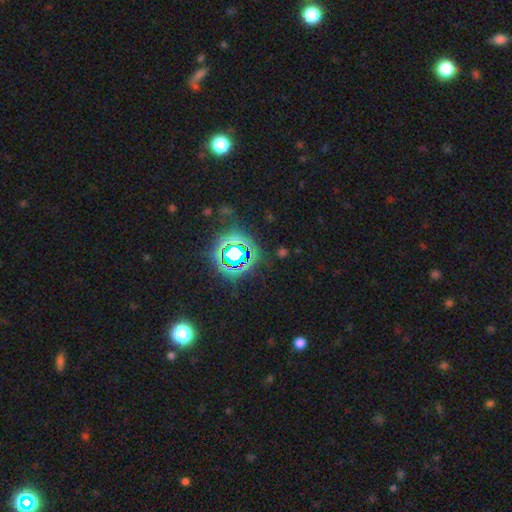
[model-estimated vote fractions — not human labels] A star or artifact, not a galaxy (80%).

Vote fractions:
- Smooth or featured? star or artifact: 80% / smooth: 14% / featured or disk: 6%